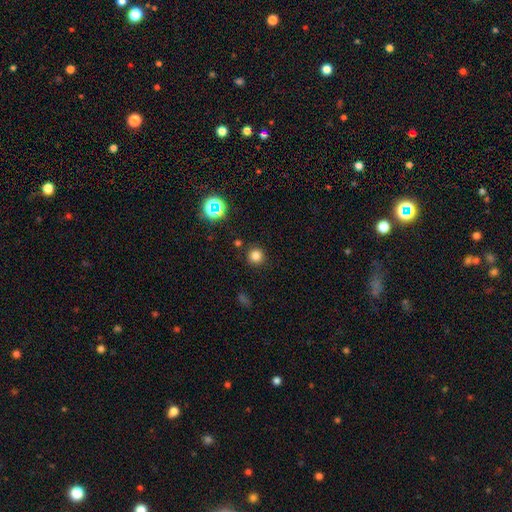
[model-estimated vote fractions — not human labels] smooth 79%, star or artifact 16%, featured or disk 5%. Down the decision tree: how rounded — round (95%); merging — none (88%).